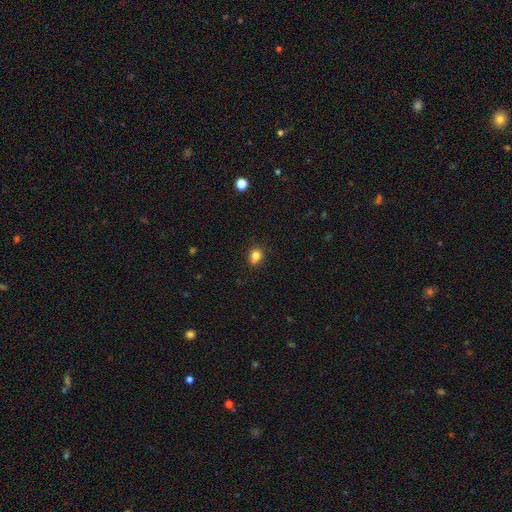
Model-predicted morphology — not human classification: smooth-or-featured: smooth: 80% | star or artifact: 13% | featured or disk: 7%
  how-rounded: round: 64% | in between: 34% | cigar-shaped: 1%
  merging: none: 70% | minor disturbance: 19% | merger: 7% | major disturbance: 4%